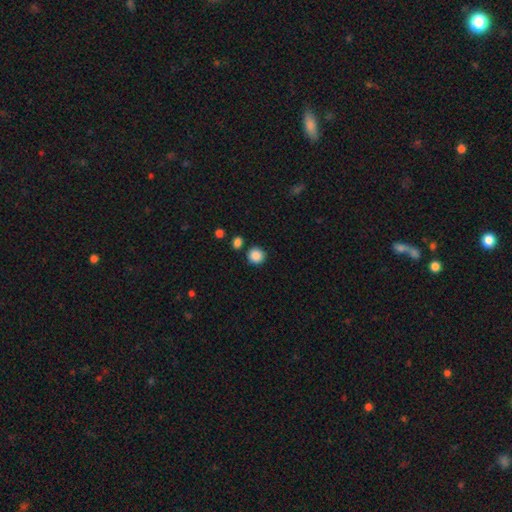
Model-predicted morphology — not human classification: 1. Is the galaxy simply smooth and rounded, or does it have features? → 87% smooth, 9% star or artifact, 3% featured or disk.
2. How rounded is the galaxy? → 92% round, 7% in between, 1% cigar-shaped.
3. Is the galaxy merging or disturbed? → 84% none, 8% minor disturbance, 6% merger, 3% major disturbance.